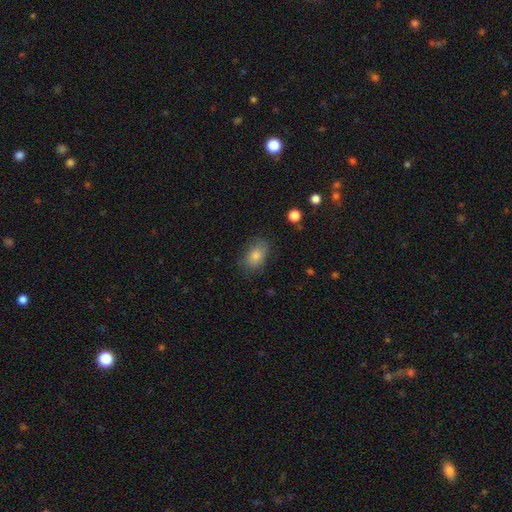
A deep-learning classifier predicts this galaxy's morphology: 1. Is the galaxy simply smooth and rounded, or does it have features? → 79% smooth, 11% star or artifact, 10% featured or disk.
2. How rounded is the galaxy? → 82% in between, 17% round, 2% cigar-shaped.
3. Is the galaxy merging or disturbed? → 79% none, 16% minor disturbance, 4% major disturbance, 1% merger.